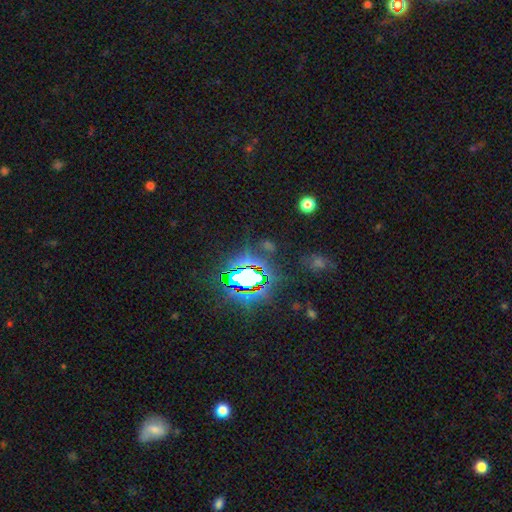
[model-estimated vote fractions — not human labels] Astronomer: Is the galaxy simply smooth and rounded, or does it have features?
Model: star or artifact — 82%.